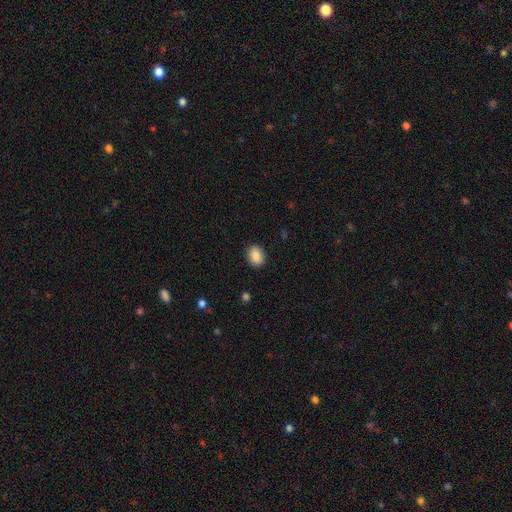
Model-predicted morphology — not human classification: Q: Smooth or featured?
A: smooth (88%); runner-up: star or artifact (8%)
Q: How rounded?
A: in between (67%); runner-up: round (32%)
Q: Merging?
A: none (89%); runner-up: minor disturbance (8%)